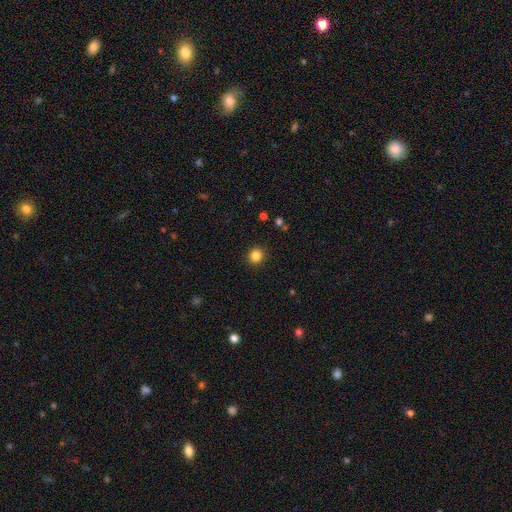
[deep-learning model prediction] Smooth or featured? smooth (85%)
How rounded? round (89%)
Merging? none (91%)